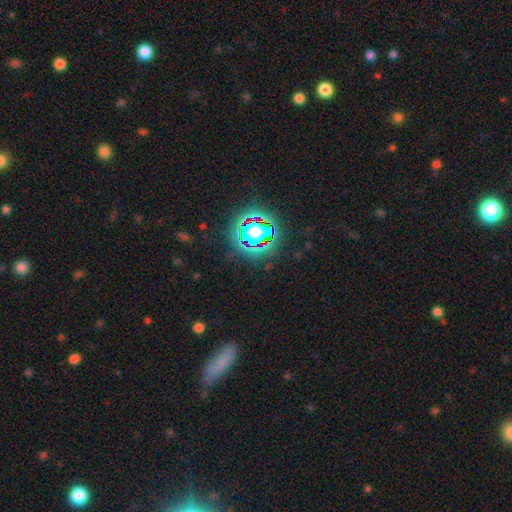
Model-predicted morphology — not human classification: Q: Smooth or featured?
A: star or artifact (69%); runner-up: smooth (20%)